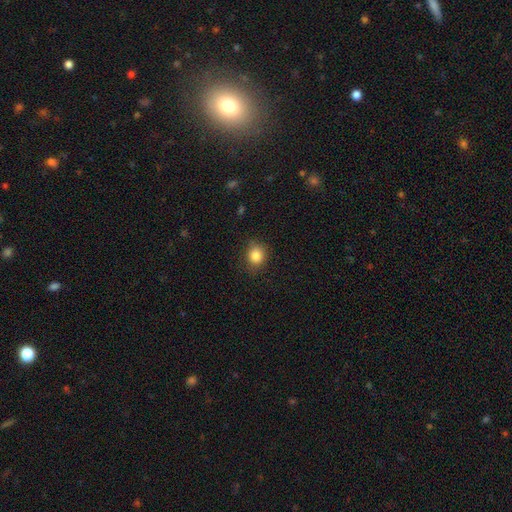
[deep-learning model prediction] smooth_or_featured: smooth (p=0.84) [alt: star or artifact p=0.11]
how_rounded: round (p=0.72) [alt: in between p=0.27]
merging: none (p=0.80) [alt: minor disturbance p=0.16]